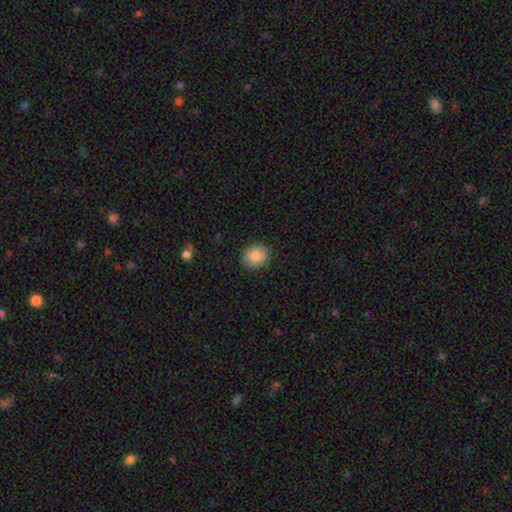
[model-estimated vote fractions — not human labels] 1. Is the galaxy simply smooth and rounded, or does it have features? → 86% smooth, 8% star or artifact, 6% featured or disk.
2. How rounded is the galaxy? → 72% round, 27% in between, 1% cigar-shaped.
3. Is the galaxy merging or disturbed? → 89% none, 8% minor disturbance, 2% major disturbance, 1% merger.